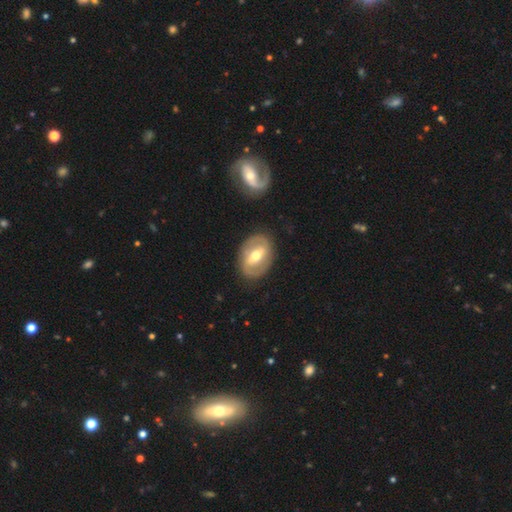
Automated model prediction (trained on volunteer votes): Smooth or featured?
  - featured or disk: 69% *
  - smooth: 26%
  - star or artifact: 5%
Edge-on disk?
  - no: 93% *
  - yes: 7%
Bar?
  - strong: 49% *
  - weak: 36%
  - no: 15%
Spiral arms?
  - yes: 56% *
  - no: 44%
Bulge size?
  - moderate: 73% *
  - small: 16%
  - large: 9%
  - dominant: 1%
  - none: 1%
Merging?
  - none: 83% *
  - minor disturbance: 11%
  - major disturbance: 4%
  - merger: 2%